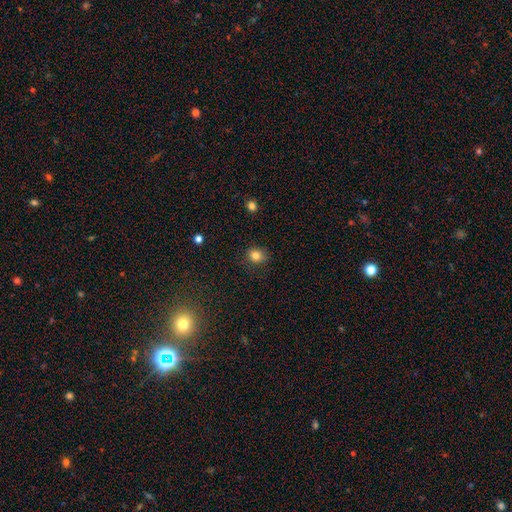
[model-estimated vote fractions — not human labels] Smooth or featured? Predicted: smooth (p=0.82). How rounded? Predicted: round (p=0.70). Merging? Predicted: none (p=0.81).